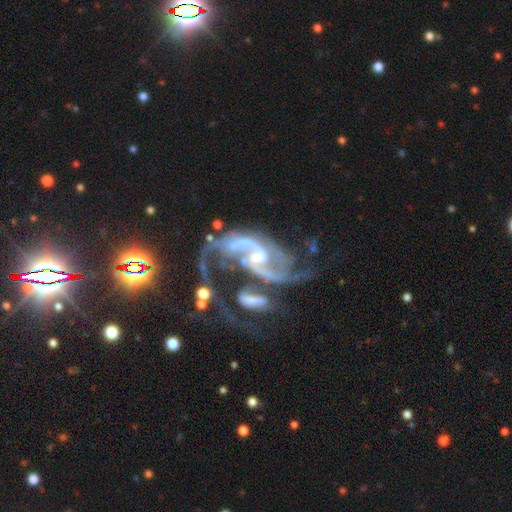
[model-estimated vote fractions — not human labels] Smooth or featured? Predicted: featured or disk (p=0.89). Edge-on disk? Predicted: no (p=0.97). Bar? Predicted: weak (p=0.43). Spiral arms? Predicted: yes (p=0.96). Spiral winding? Predicted: loose (p=0.50). Spiral arm count? Predicted: 2 (p=0.81). Bulge size? Predicted: small (p=0.49). Merging? Predicted: merger (p=0.34).